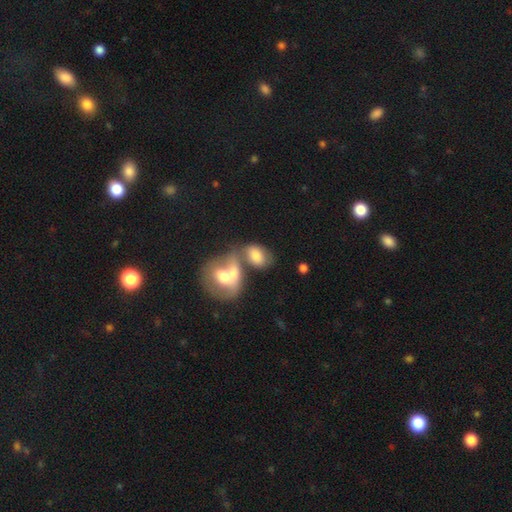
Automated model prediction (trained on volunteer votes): smooth-or-featured: smooth: 69% | featured or disk: 22% | star or artifact: 9%
  how-rounded: in between: 80% | round: 18% | cigar-shaped: 2%
  merging: merger: 51% | none: 28% | minor disturbance: 12% | major disturbance: 8%